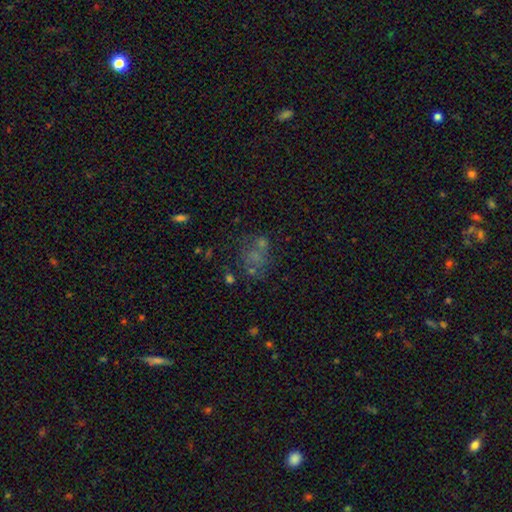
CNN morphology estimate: smooth-or-featured: smooth: 51% | star or artifact: 25% | featured or disk: 24%
  how-rounded: round: 65% | in between: 34% | cigar-shaped: 1%
  merging: none: 45% | merger: 27% | minor disturbance: 15% | major disturbance: 13%